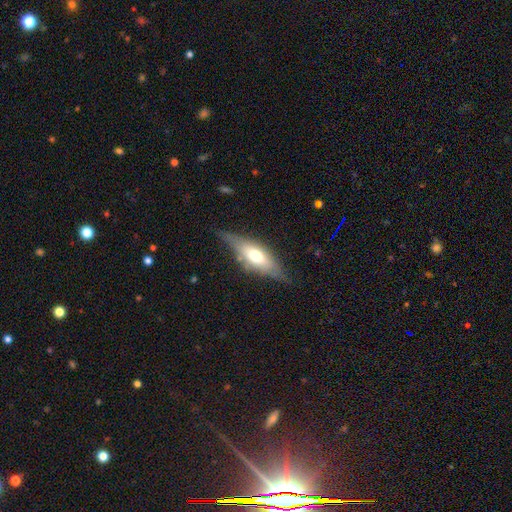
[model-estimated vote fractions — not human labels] Smooth or featured? Predicted: featured or disk (p=0.47, tied with smooth). Merging? Predicted: none (p=0.68).